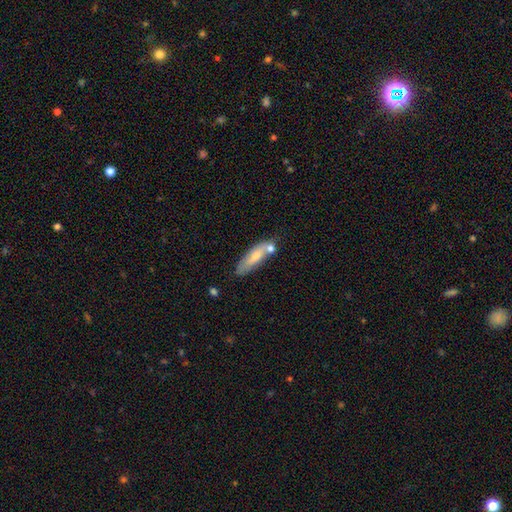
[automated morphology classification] Q: Smooth or featured?
A: smooth (68%); runner-up: featured or disk (25%)
Q: How rounded?
A: cigar-shaped (57%); runner-up: in between (41%)
Q: Merging?
A: none (57%); runner-up: minor disturbance (20%)